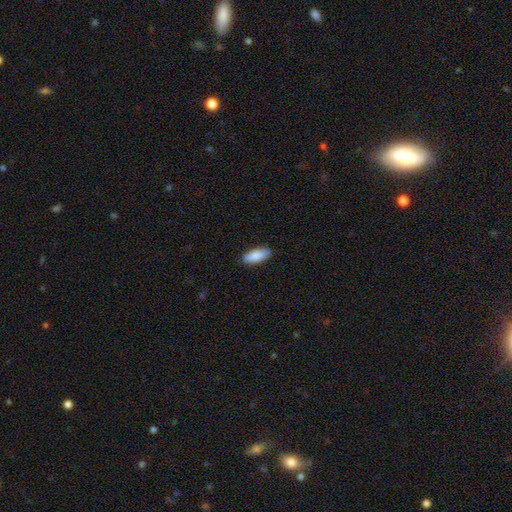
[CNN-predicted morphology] smooth 88%, featured or disk 6%, star or artifact 6%. Down the decision tree: how rounded — in between (78%); merging — none (88%).